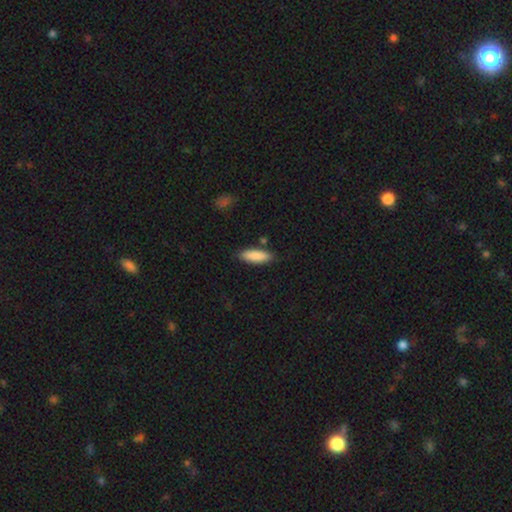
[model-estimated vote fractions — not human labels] smooth 88%, featured or disk 7%, star or artifact 6%. Down the decision tree: how rounded — in between (58%); merging — none (83%).